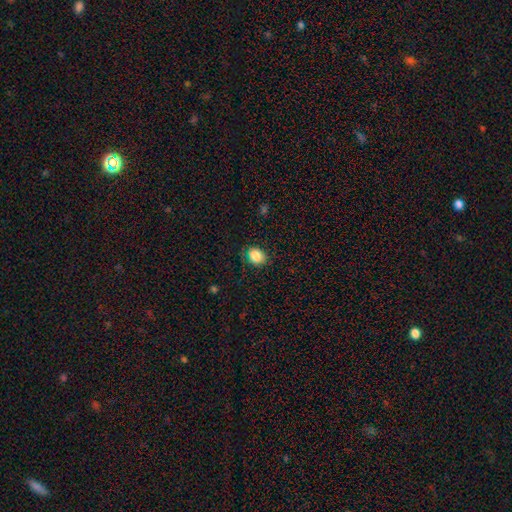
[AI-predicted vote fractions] A smooth galaxy with no disk features (84%) that is in between round and cigar-shaped (50%). Merging: none (80%).